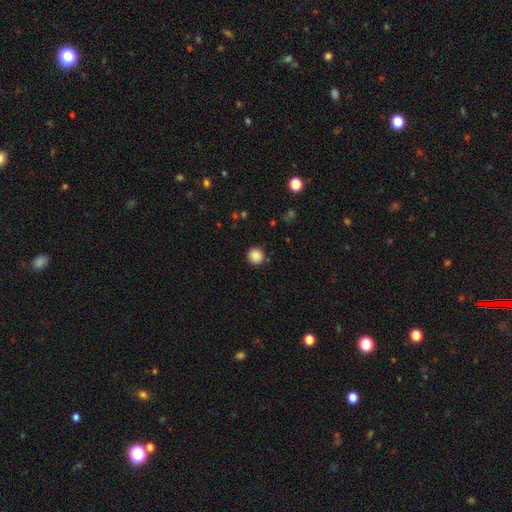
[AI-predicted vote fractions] Smooth or featured: smooth — 88% (star or artifact — 10%)
How rounded: round — 93% (in between — 6%)
Merging: none — 89% (minor disturbance — 7%)